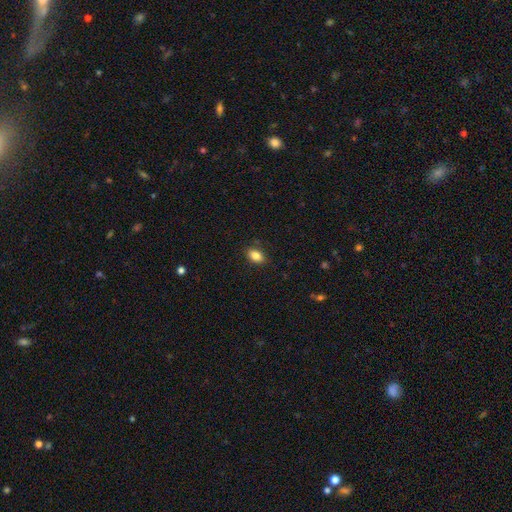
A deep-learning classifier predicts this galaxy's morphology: This is clearly a smooth galaxy (85%). How rounded: clearly in between (86%). Merging: clearly none (87%).